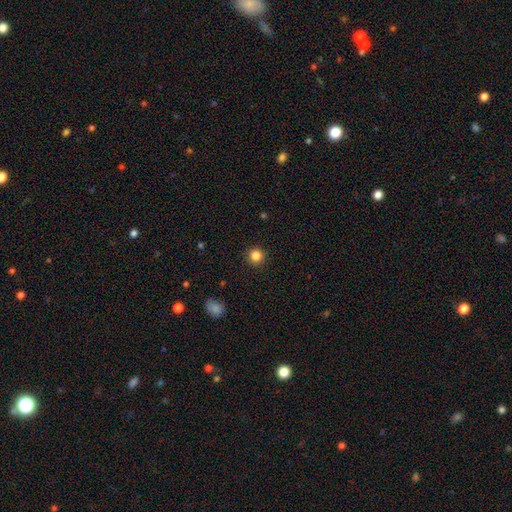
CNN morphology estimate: Smooth or featured: smooth — 85% (star or artifact — 11%)
How rounded: round — 95% (in between — 4%)
Merging: none — 92% (minor disturbance — 5%)